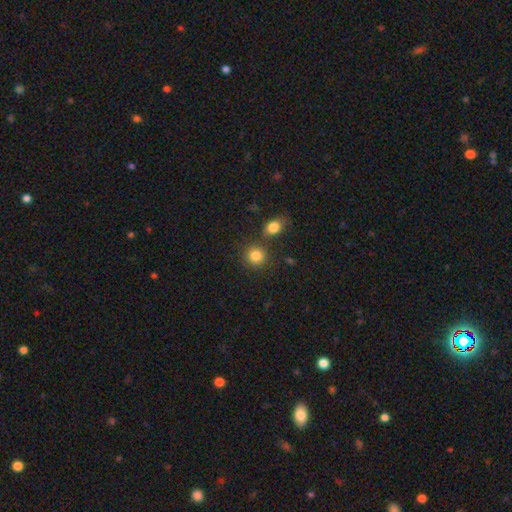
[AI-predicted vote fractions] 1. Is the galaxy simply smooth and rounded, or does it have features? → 83% smooth, 11% star or artifact, 6% featured or disk.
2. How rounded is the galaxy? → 86% round, 13% in between, 1% cigar-shaped.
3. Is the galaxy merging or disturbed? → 74% none, 14% merger, 9% minor disturbance, 3% major disturbance.